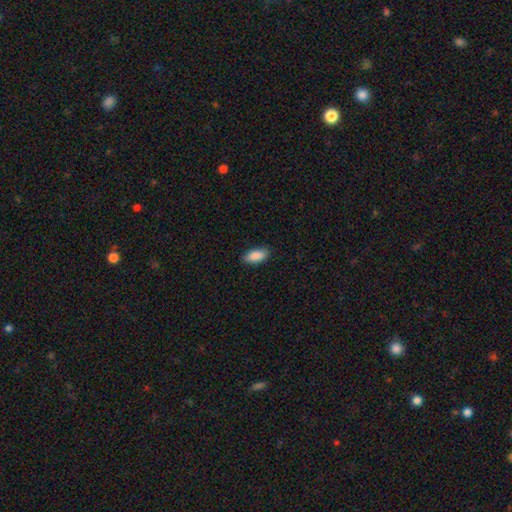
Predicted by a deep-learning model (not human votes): This is clearly a smooth galaxy (89%). How rounded: clearly in between (87%). Merging: clearly none (86%).